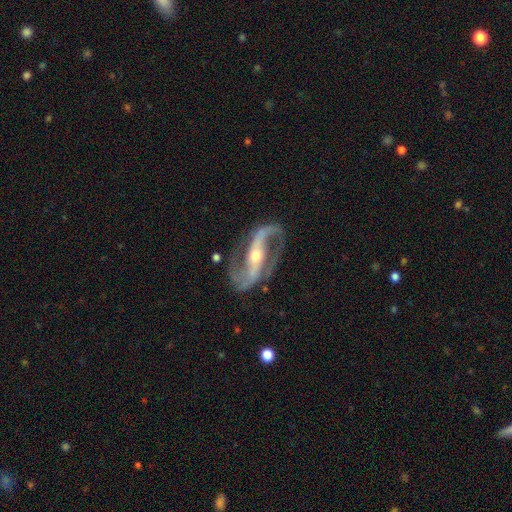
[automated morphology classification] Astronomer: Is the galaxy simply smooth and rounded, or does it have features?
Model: featured or disk — 93%.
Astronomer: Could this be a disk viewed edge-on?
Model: no — 95%.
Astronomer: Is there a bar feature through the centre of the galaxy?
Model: strong — 58%.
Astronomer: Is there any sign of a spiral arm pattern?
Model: yes — 97%.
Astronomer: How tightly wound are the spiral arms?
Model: medium — 48% (runner-up: loose, 39%).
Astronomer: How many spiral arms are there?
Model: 2 — 94%.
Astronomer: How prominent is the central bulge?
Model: moderate — 60% (runner-up: small, 35%).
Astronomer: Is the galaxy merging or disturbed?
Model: none — 80%.